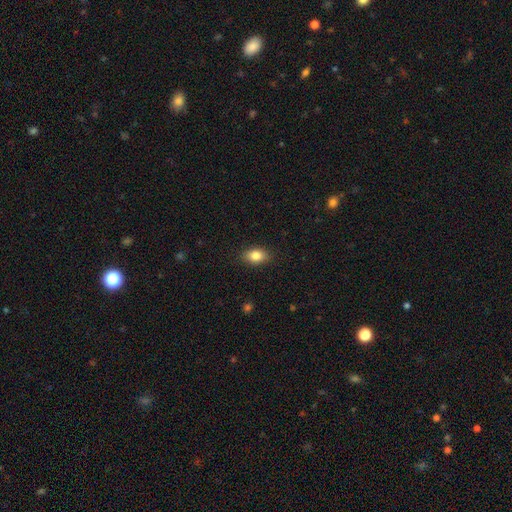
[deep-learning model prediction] Smooth or featured? Predicted: smooth (p=0.84). How rounded? Predicted: in between (p=0.84). Merging? Predicted: none (p=0.87).